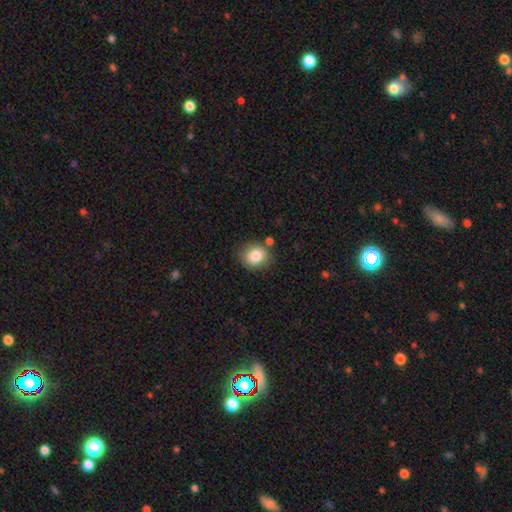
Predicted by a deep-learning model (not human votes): This appears to be a smooth galaxy with no disk features (83%) that is round (69%). Merging: none (77%).